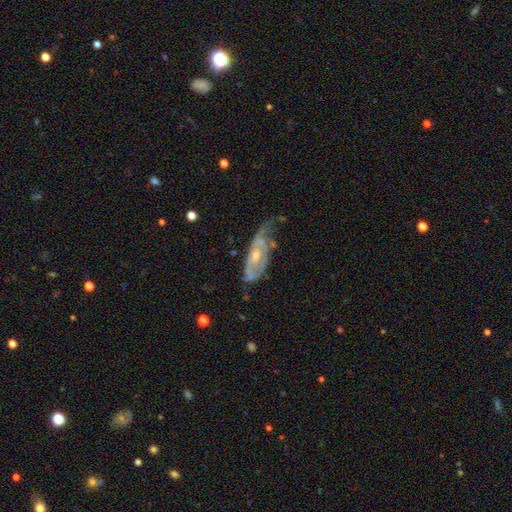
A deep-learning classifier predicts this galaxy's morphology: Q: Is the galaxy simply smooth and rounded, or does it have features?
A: featured or disk — 73%.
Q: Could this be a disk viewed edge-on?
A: no — 85%.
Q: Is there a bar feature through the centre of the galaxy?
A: no — 70%.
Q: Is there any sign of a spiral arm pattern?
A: yes — 72%.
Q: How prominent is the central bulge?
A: small — 51%.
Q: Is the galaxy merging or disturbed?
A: none — 37%.